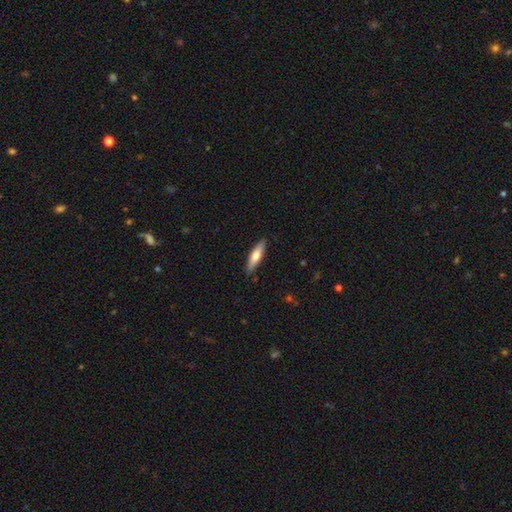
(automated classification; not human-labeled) A smooth galaxy with no disk features (64%) that is cigar-shaped (74%).

Vote fractions:
- Smooth or featured? smooth: 64% / featured or disk: 30% / star or artifact: 5%
- How rounded? cigar-shaped: 74% / in between: 25% / round: 2%
- Merging? none: 89% / minor disturbance: 8% / major disturbance: 2% / merger: 1%